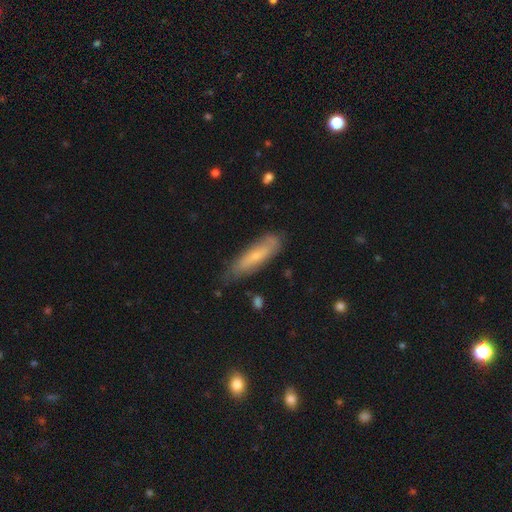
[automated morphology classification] Smooth or featured: smooth — 53% (featured or disk — 40%)
How rounded: cigar-shaped — 64% (in between — 34%)
Merging: none — 70% (minor disturbance — 23%)